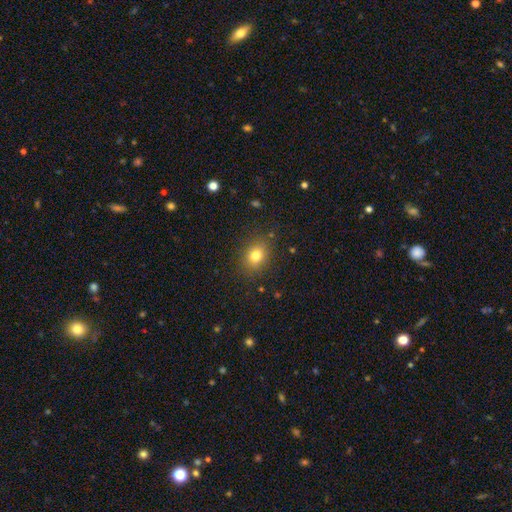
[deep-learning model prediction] The model was most divided on "how rounded": in between: 51%, round: 48%, cigar-shaped: 1%. More confident: merging — none (84%); smooth or featured — smooth (79%).